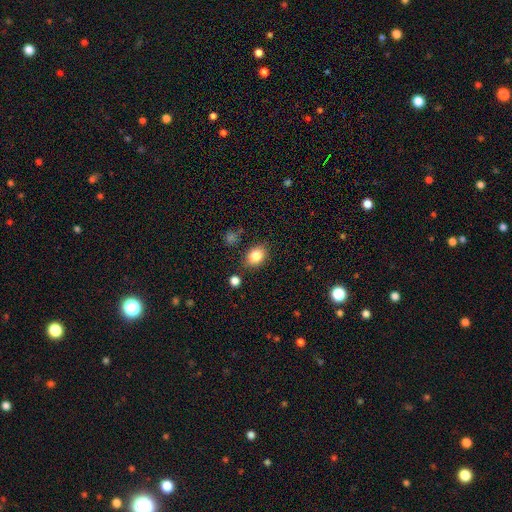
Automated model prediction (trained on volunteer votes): Smooth or featured? smooth (83%)
How rounded? in between (69%)
Merging? none (81%)